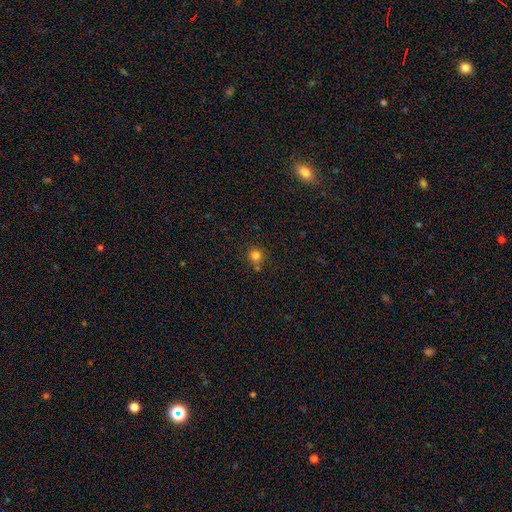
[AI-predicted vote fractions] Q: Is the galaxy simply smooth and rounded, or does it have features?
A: smooth — 81%.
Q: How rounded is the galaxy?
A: round — 92%.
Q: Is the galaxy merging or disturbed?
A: none — 73%.